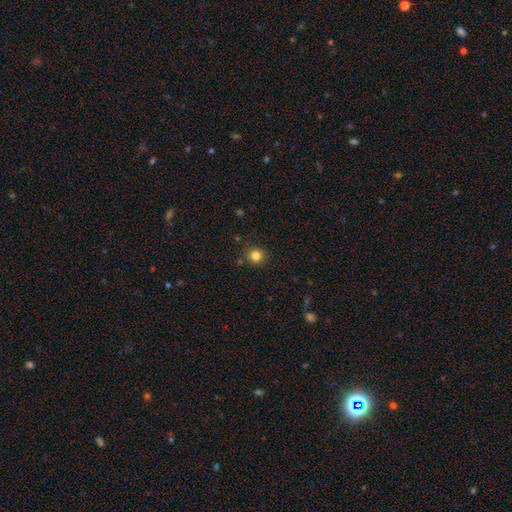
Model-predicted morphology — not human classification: Smooth or featured? smooth (82%)
How rounded? round (89%)
Merging? none (87%)